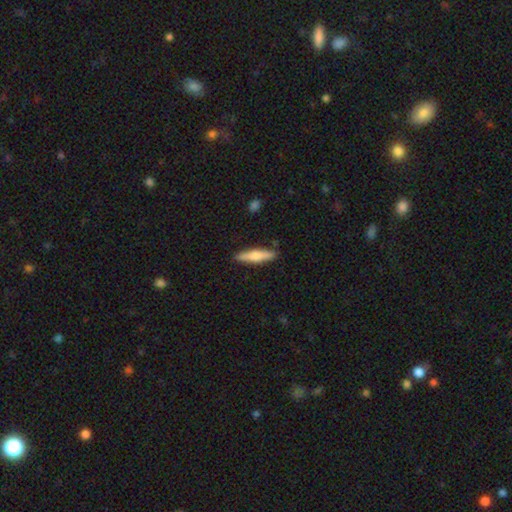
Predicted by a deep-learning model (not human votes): Smooth or featured? smooth (58%)
How rounded? cigar-shaped (82%)
Merging? none (87%)